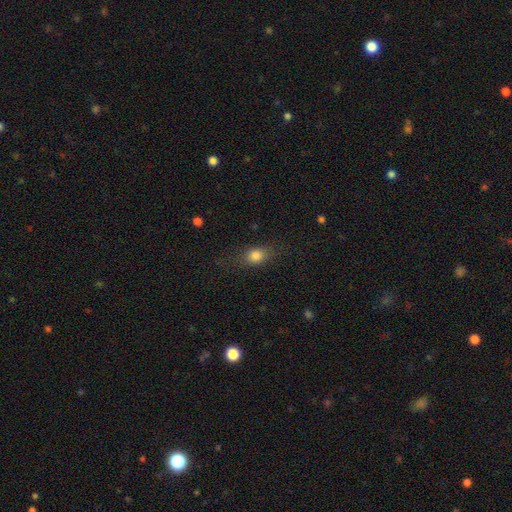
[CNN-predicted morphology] A smooth galaxy with no disk features (78%) that is in between round and cigar-shaped (58%).

Vote fractions:
- Smooth or featured? smooth: 78% / featured or disk: 11% / star or artifact: 10%
- How rounded? in between: 58% / round: 34% / cigar-shaped: 8%
- Merging? none: 74% / minor disturbance: 17% / major disturbance: 8% / merger: 1%